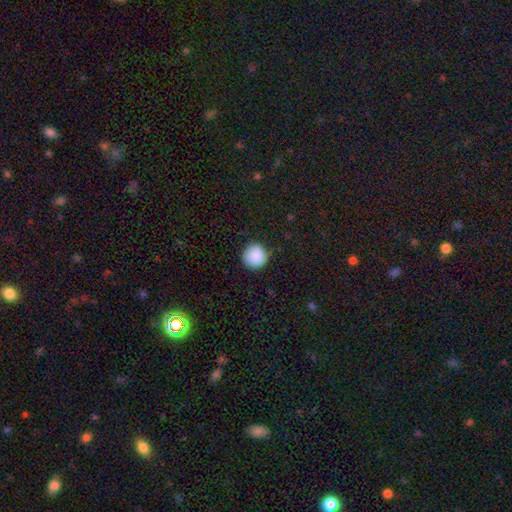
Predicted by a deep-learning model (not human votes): Smooth or featured: smooth — 88% (star or artifact — 8%)
How rounded: round — 95% (in between — 4%)
Merging: none — 86% (minor disturbance — 11%)